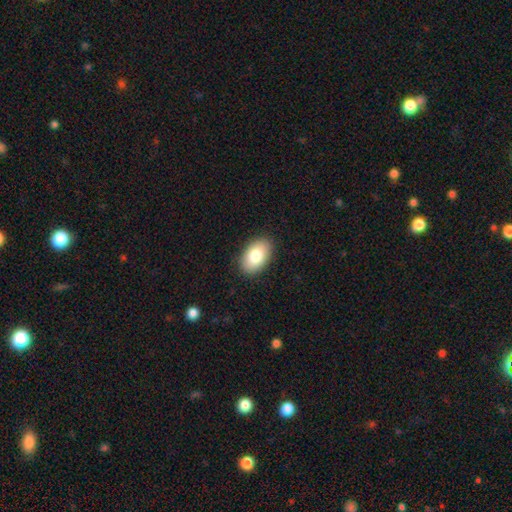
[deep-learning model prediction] Overall: smooth (82%). How rounded: in between (92%). Merging: none (89%).